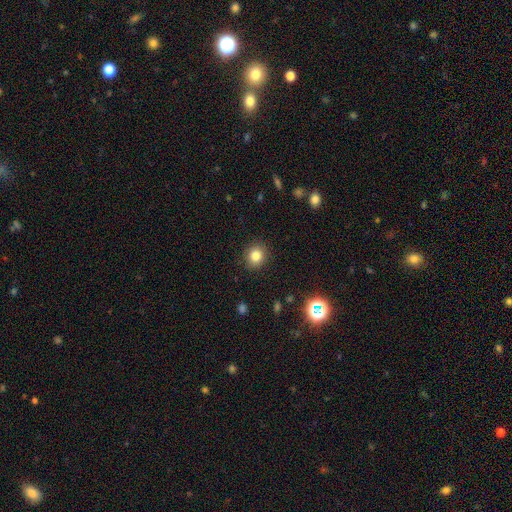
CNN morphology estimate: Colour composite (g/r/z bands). It shows a smooth galaxy with no disk features (82%) that is round (81%). Merging: none (90%).